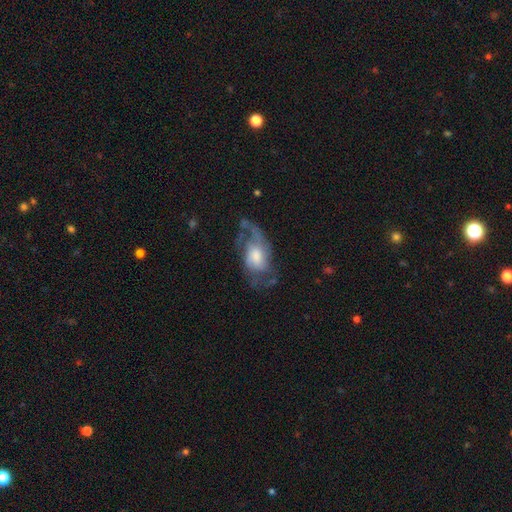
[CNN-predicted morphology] The model was most divided on "spiral winding": medium: 45%, loose: 35%, tight: 20%. Remaining: edge-on disk — no (95%); spiral arms — yes (86%); smooth or featured — featured or disk (74%); bar — no (61%); spiral arm count — 2 (55%); merging — none (47%); bulge size — moderate (45%).